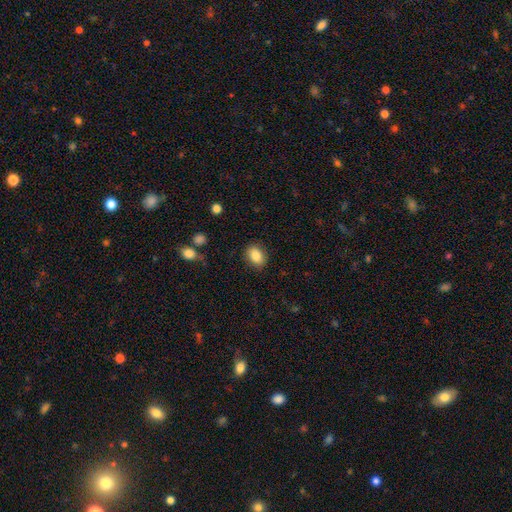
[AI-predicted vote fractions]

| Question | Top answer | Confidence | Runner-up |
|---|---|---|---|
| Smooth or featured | smooth | 86% | star or artifact (8%) |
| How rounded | in between | 75% | round (24%) |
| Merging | none | 86% | minor disturbance (10%) |